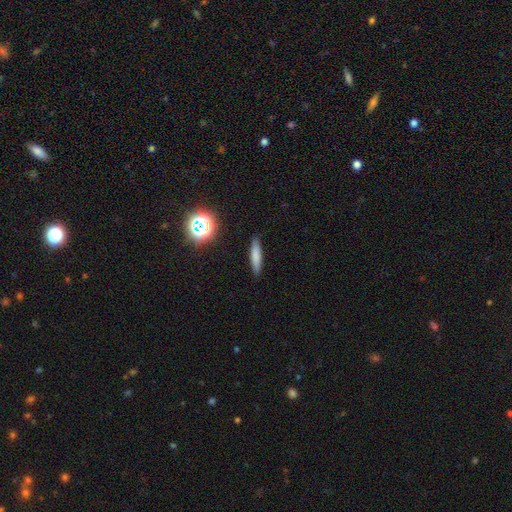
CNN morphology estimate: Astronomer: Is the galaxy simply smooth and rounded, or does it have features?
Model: smooth — 74%.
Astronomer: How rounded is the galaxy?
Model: cigar-shaped — 84%.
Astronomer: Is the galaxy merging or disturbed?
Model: none — 88%.